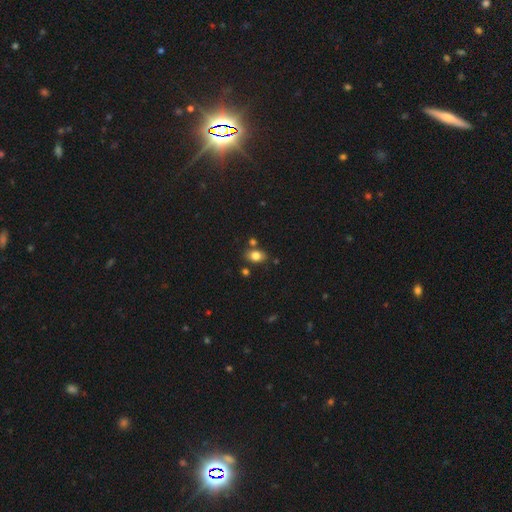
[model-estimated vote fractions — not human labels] This is clearly a smooth galaxy (81%). How rounded: likely in between (79%). Merging: likely none (75%).